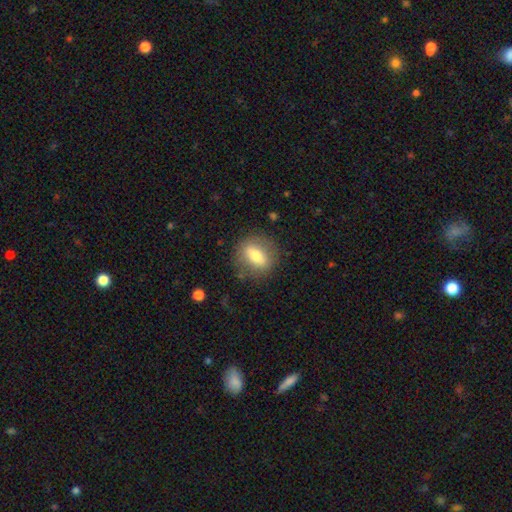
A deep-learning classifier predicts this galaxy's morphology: Overall: smooth (65%; featured or disk 27%). How rounded: in between (50%; round 44%). Merging: none (83%).